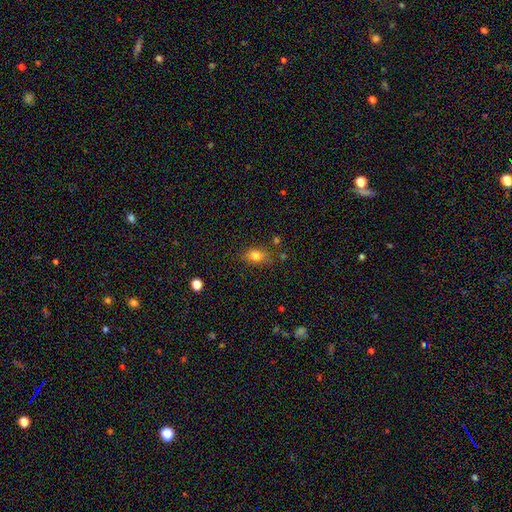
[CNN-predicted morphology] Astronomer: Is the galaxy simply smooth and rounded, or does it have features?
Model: smooth — 78%.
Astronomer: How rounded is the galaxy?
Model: in between — 70%.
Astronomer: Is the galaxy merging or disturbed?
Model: none — 72%.